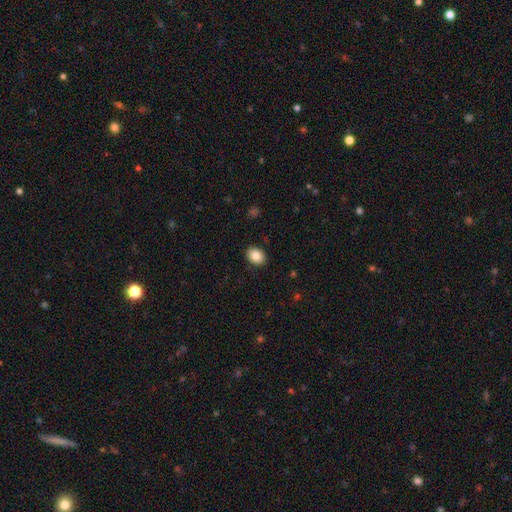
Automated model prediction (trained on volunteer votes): smooth 86%, star or artifact 8%, featured or disk 6%. Down the decision tree: how rounded — in between (66%); merging — none (90%).